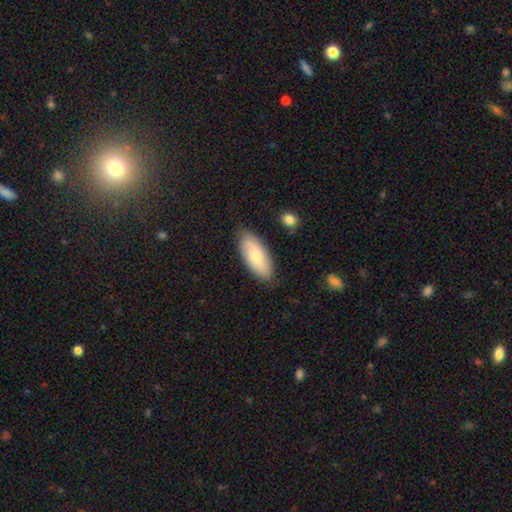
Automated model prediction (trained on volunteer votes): smooth_or_featured: smooth (p=0.69) [alt: featured or disk p=0.25]
how_rounded: in between (p=0.85) [alt: cigar-shaped p=0.13]
merging: none (p=0.83) [alt: minor disturbance p=0.13]